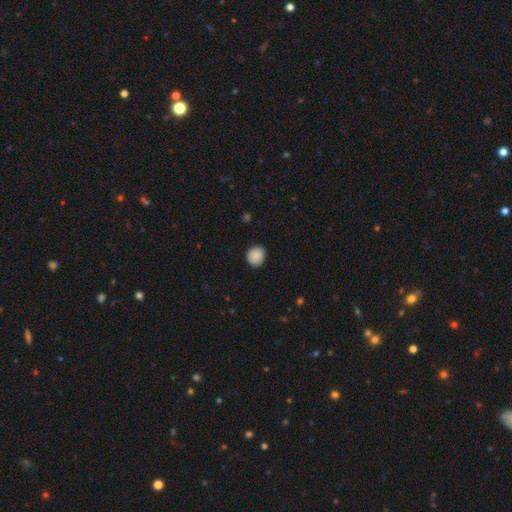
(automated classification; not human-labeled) A smooth galaxy with no disk features (88%) that is round (85%).

Vote fractions:
- Smooth or featured? smooth: 88% / star or artifact: 7% / featured or disk: 5%
- How rounded? round: 85% / in between: 14% / cigar-shaped: 1%
- Merging? none: 88% / minor disturbance: 9% / major disturbance: 2% / merger: 1%